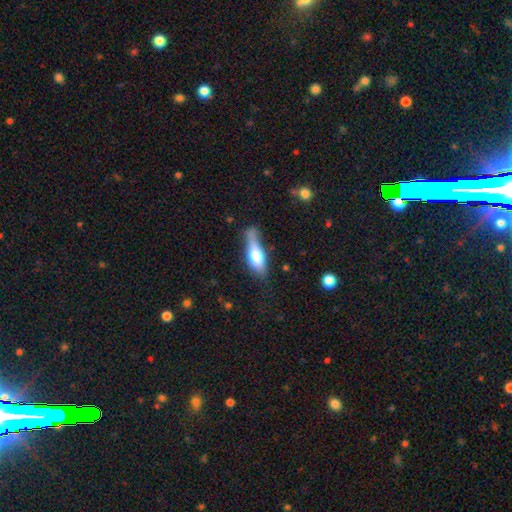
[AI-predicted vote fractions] smooth 65%, featured or disk 28%, star or artifact 7%. Down the decision tree: how rounded — in between (52%); merging — none (43%).